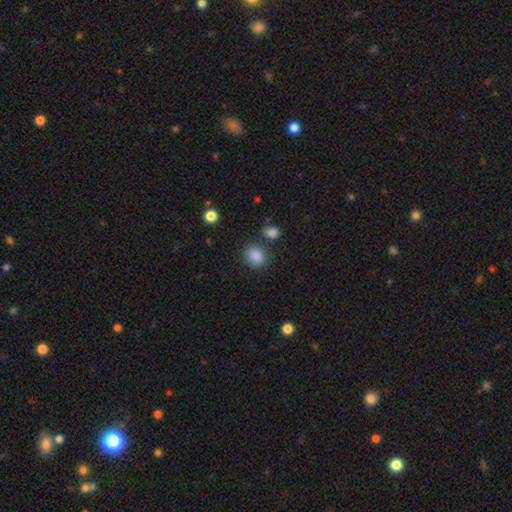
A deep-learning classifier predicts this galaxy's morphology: Smooth or featured: smooth — 87% (star or artifact — 10%)
How rounded: round — 67% (in between — 32%)
Merging: none — 78% (minor disturbance — 12%)